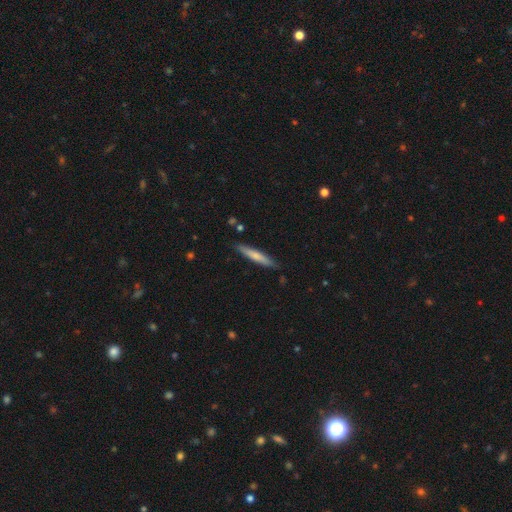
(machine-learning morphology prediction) A smooth galaxy with no disk features (67%) that is cigar-shaped (92%).

Vote fractions:
- Smooth or featured? smooth: 67% / featured or disk: 27% / star or artifact: 5%
- How rounded? cigar-shaped: 92% / in between: 7% / round: 1%
- Merging? none: 84% / minor disturbance: 12% / merger: 2% / major disturbance: 2%